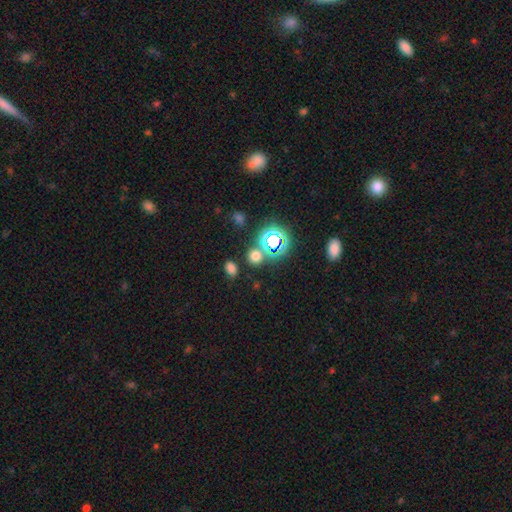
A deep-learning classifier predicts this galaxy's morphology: Smooth or featured? smooth (60%)
How rounded? round (66%)
Merging? none (77%)